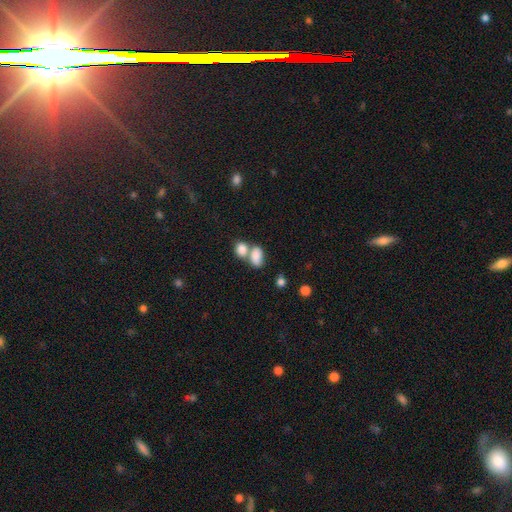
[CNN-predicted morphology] A smooth galaxy with no disk features (83%) that is in between round and cigar-shaped (86%).

Vote fractions:
- Smooth or featured? smooth: 83% / featured or disk: 9% / star or artifact: 8%
- How rounded? in between: 86% / round: 13% / cigar-shaped: 2%
- Merging? merger: 62% / none: 26% / minor disturbance: 8% / major disturbance: 5%